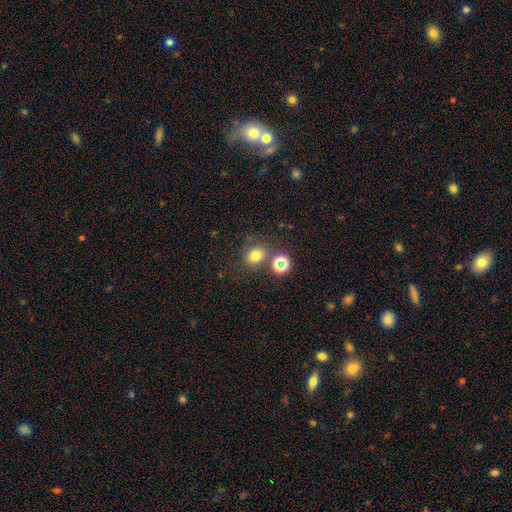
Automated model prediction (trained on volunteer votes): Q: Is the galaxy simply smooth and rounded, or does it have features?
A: smooth — 72%.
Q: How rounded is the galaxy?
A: round — 66%.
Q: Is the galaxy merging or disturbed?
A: none — 72%.